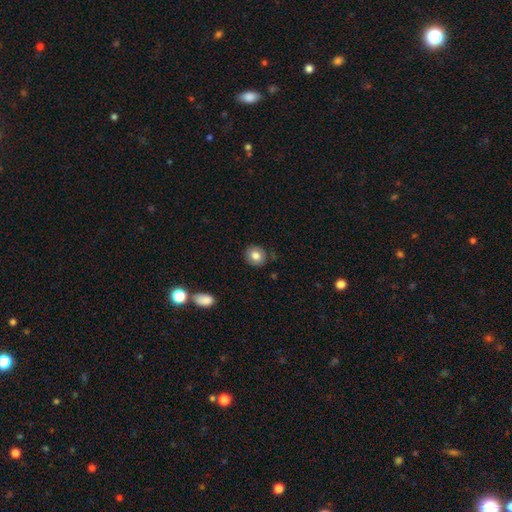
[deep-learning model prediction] smooth 82%, star or artifact 9%, featured or disk 9%. Down the decision tree: how rounded — round (81%); merging — none (85%).